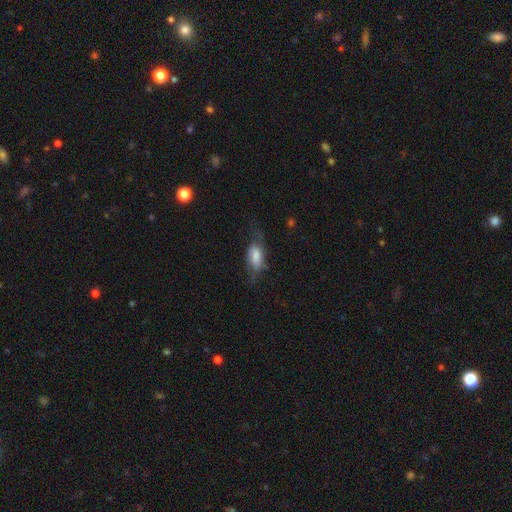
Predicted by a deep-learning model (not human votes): smooth 55%, featured or disk 36%, star or artifact 8%. Down the decision tree: how rounded — in between (80%); merging — none (44%).